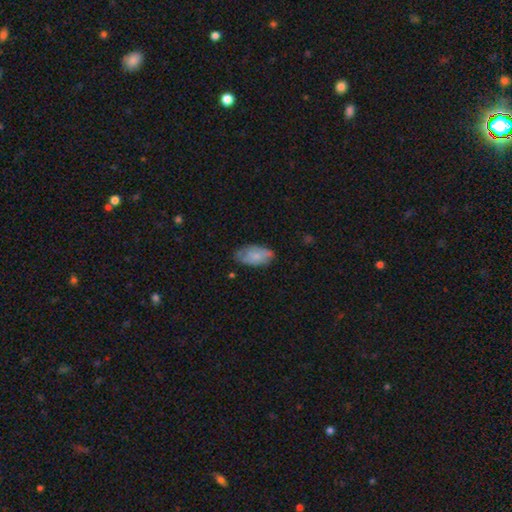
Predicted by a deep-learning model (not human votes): Smooth or featured? Predicted: smooth (p=0.69). How rounded? Predicted: in between (p=0.94). Merging? Predicted: none (p=0.61).